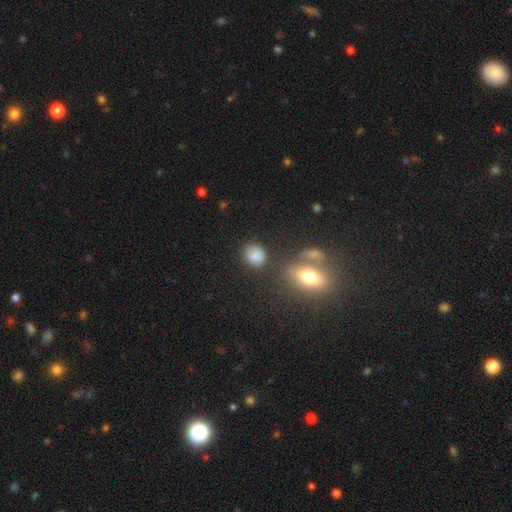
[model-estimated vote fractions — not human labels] Smooth or featured?
  - smooth: 82% *
  - star or artifact: 11%
  - featured or disk: 8%
How rounded?
  - round: 66% *
  - in between: 32%
  - cigar-shaped: 1%
Merging?
  - none: 70% *
  - minor disturbance: 16%
  - merger: 7%
  - major disturbance: 6%